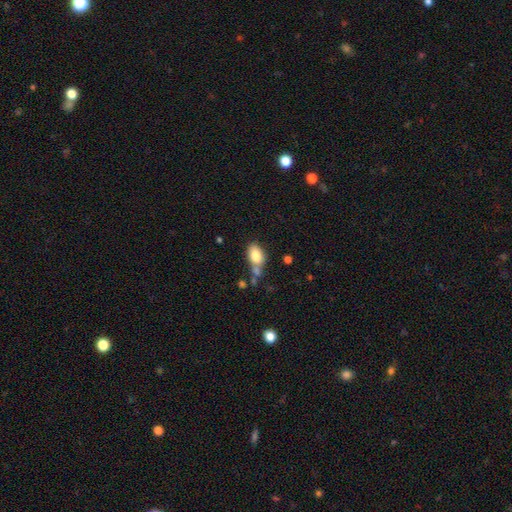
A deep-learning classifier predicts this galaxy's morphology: Smooth or featured? smooth (81%)
How rounded? in between (86%)
Merging? none (50%)